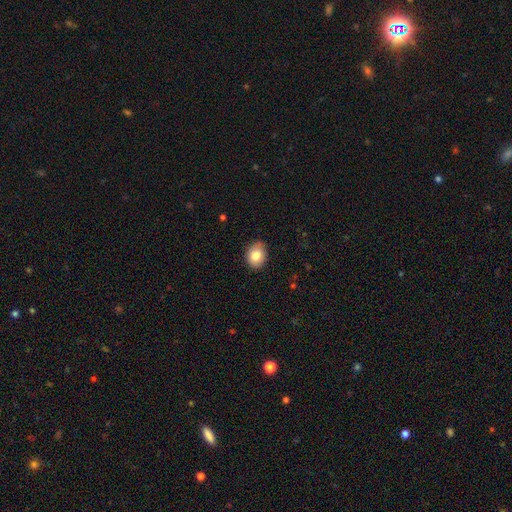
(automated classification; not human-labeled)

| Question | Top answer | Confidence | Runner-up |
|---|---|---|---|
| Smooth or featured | smooth | 81% | featured or disk (10%) |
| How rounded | in between | 60% | round (39%) |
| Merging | none | 84% | minor disturbance (13%) |